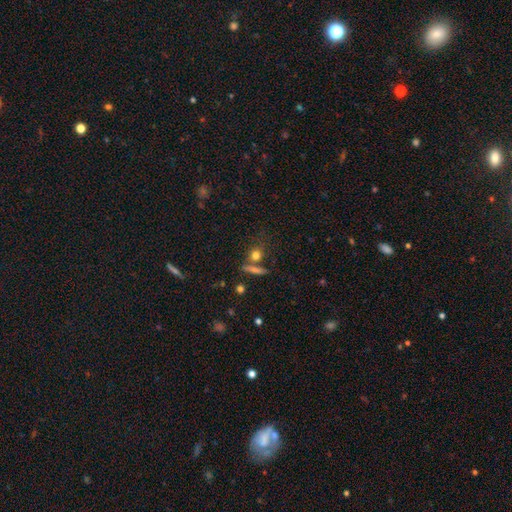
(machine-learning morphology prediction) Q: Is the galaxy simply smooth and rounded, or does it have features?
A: smooth — 75%.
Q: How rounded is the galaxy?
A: round — 67%.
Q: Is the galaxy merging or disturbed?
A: none — 65%.